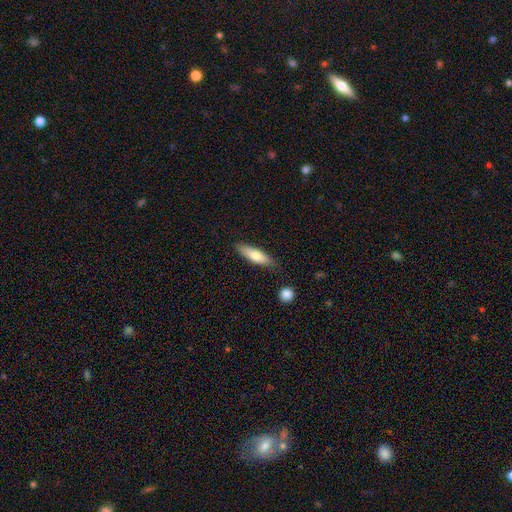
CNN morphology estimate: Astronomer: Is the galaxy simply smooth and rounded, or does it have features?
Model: smooth — 70%.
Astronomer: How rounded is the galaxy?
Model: cigar-shaped — 60% (runner-up: in between, 38%).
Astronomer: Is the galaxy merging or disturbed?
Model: none — 83%.